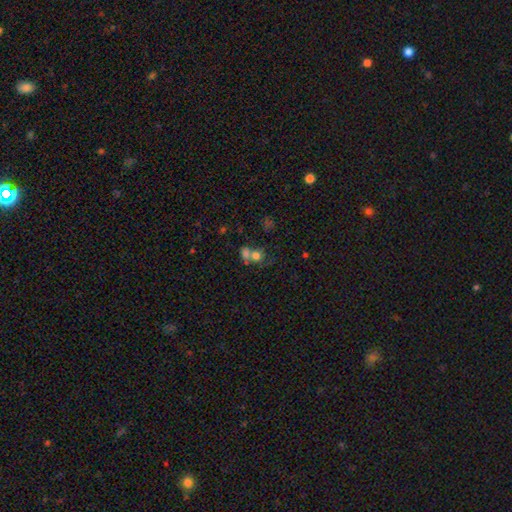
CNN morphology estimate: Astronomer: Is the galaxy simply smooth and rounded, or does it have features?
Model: smooth — 72%.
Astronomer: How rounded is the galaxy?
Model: round — 74%.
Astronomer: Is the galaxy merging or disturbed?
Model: merger — 54% (runner-up: none, 33%).